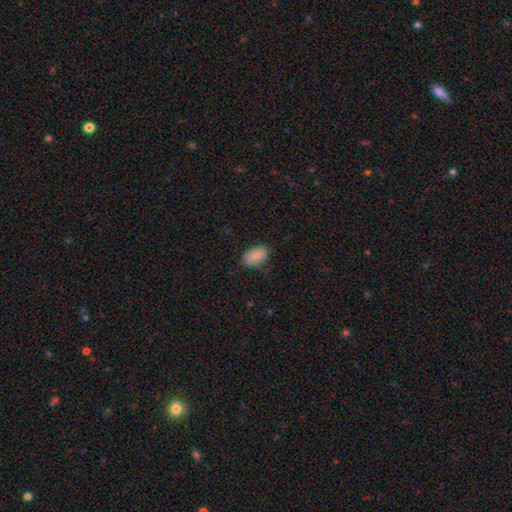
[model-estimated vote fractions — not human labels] smooth-or-featured: smooth: 82% | featured or disk: 11% | star or artifact: 7%
  how-rounded: in between: 90% | round: 9% | cigar-shaped: 1%
  merging: none: 72% | minor disturbance: 23% | major disturbance: 5% | merger: 1%